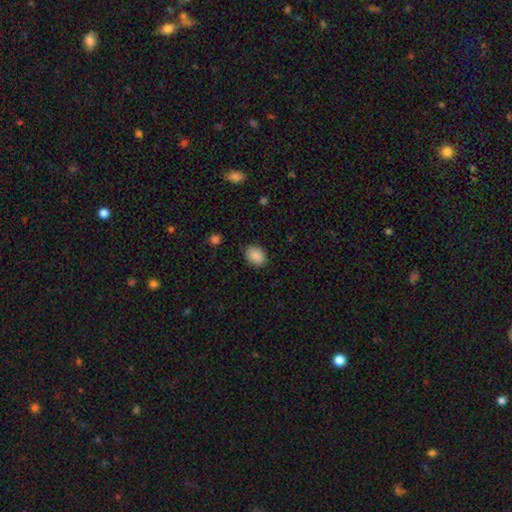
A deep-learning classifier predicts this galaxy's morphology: A smooth galaxy with no disk features (88%) that is in between round and cigar-shaped (65%). Merging: none (86%).